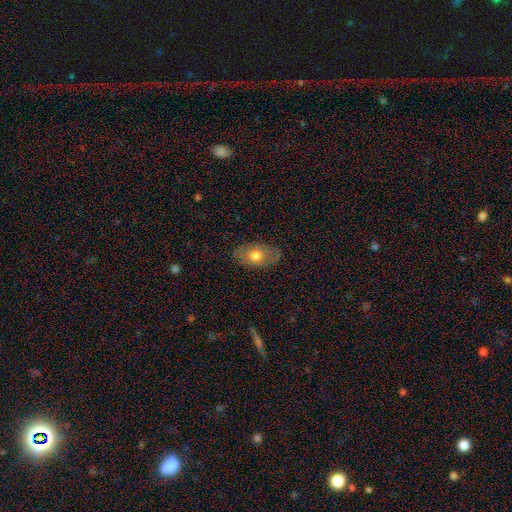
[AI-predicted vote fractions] Smooth or featured: smooth — 66% (featured or disk — 27%)
How rounded: in between — 89% (round — 9%)
Merging: none — 80% (minor disturbance — 15%)